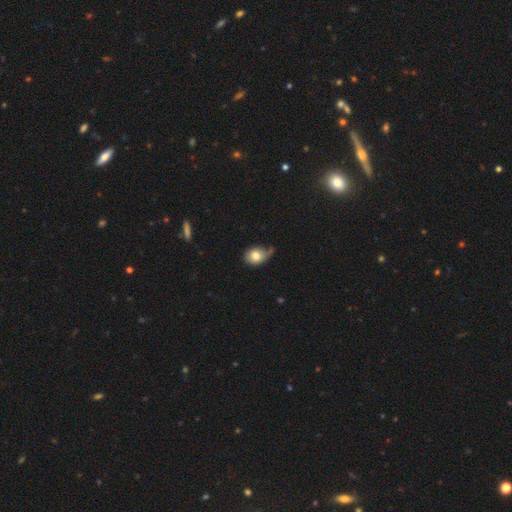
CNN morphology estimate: A smooth galaxy with no disk features (77%) that is in between round and cigar-shaped (55%).

Vote fractions:
- Smooth or featured? smooth: 77% / featured or disk: 15% / star or artifact: 8%
- How rounded? in between: 55% / round: 43% / cigar-shaped: 1%
- Merging? none: 41% / minor disturbance: 35% / major disturbance: 16% / merger: 8%